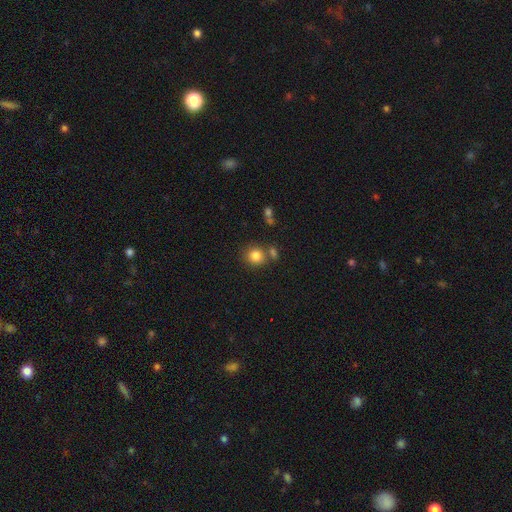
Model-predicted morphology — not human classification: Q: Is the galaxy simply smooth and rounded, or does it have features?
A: smooth — 83%.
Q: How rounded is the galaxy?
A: round — 85%.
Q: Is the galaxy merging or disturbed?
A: none — 69%.